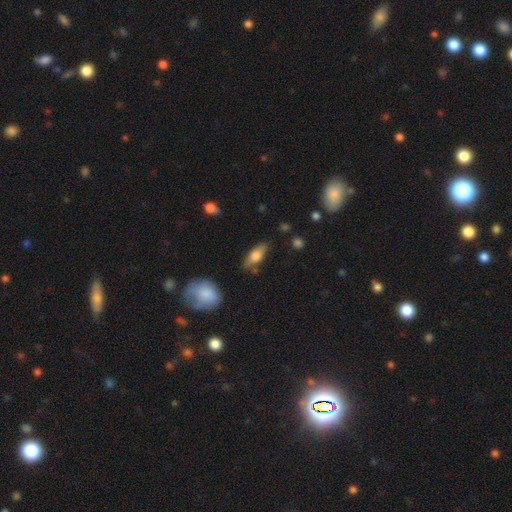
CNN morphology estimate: Smooth or featured: smooth — 70% (featured or disk — 23%)
How rounded: in between — 73% (cigar-shaped — 23%)
Merging: none — 75% (minor disturbance — 18%)